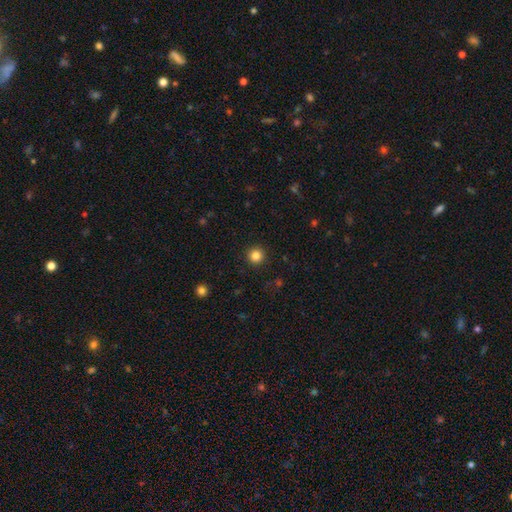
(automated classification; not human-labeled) This appears to be a smooth galaxy with no disk features (84%) that is round (96%). Merging: none (93%).